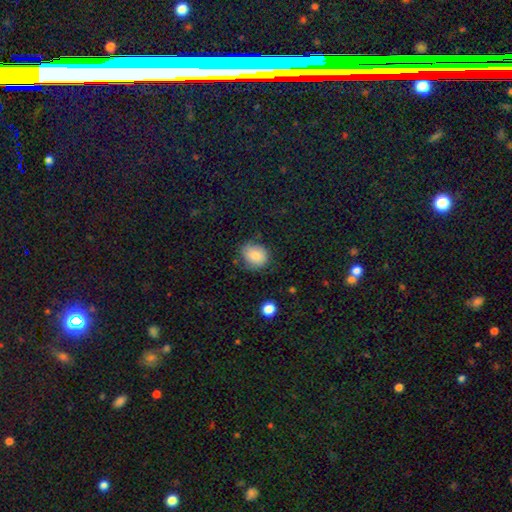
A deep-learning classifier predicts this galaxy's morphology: Smooth or featured? smooth (83%)
How rounded? round (57%)
Merging? none (69%)